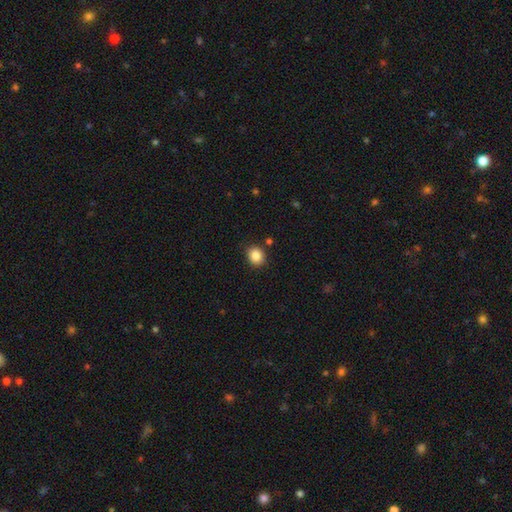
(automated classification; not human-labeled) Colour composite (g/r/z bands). It shows a smooth galaxy with no disk features (86%) that is round (73%). Merging: none (87%).